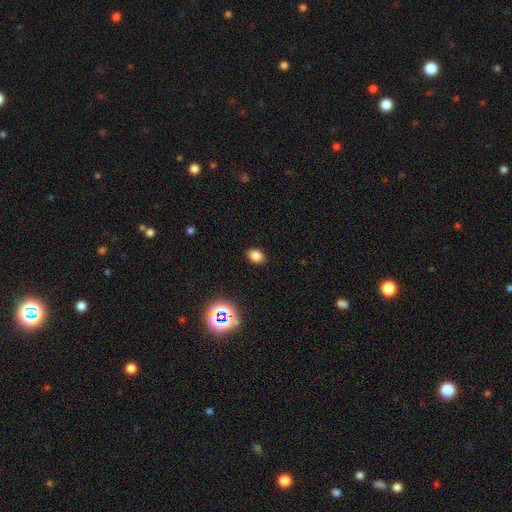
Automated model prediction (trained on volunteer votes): A smooth galaxy with no disk features (79%) that is in between round and cigar-shaped (70%). Merging: none (88%).